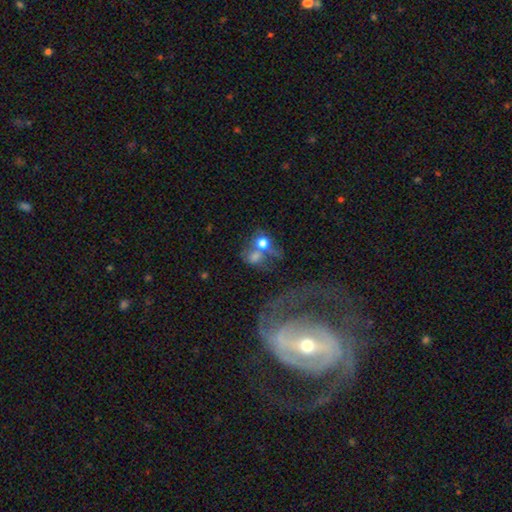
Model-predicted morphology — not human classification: Smooth or featured? smooth (46%)
Merging? merger (42%)